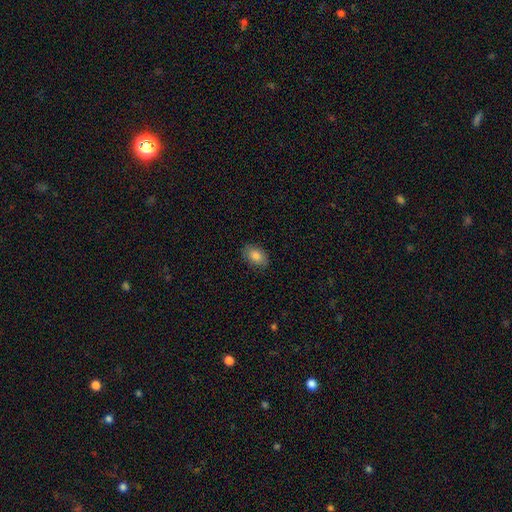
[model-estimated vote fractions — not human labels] smooth 83%, featured or disk 9%, star or artifact 8%. Down the decision tree: how rounded — in between (86%); merging — none (85%).